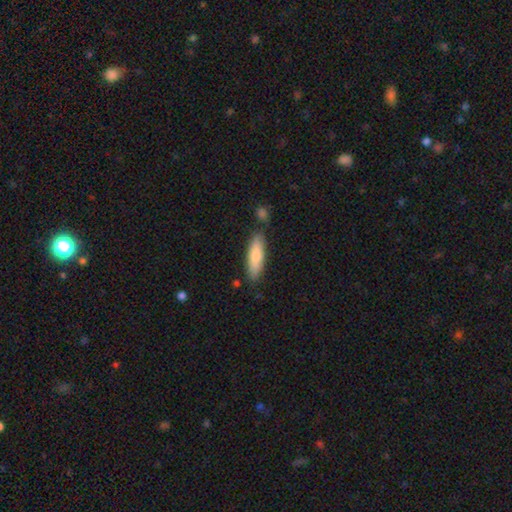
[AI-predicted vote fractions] Smooth or featured? smooth (73%)
How rounded? cigar-shaped (64%)
Merging? none (81%)